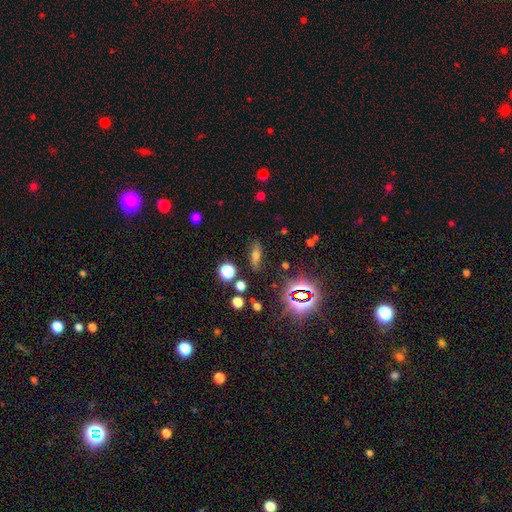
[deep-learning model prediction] This is possibly a smooth galaxy (51%). How rounded: possibly in between (50%). Merging: clearly none (84%).